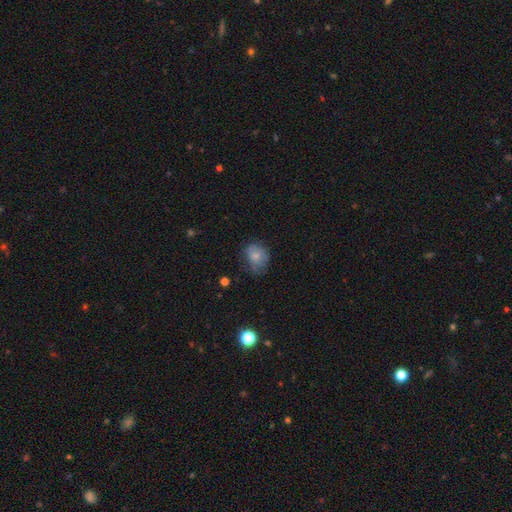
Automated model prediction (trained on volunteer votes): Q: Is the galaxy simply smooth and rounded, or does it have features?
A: smooth — 77%.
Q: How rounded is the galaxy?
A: in between — 53%.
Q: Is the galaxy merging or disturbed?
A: none — 48%.